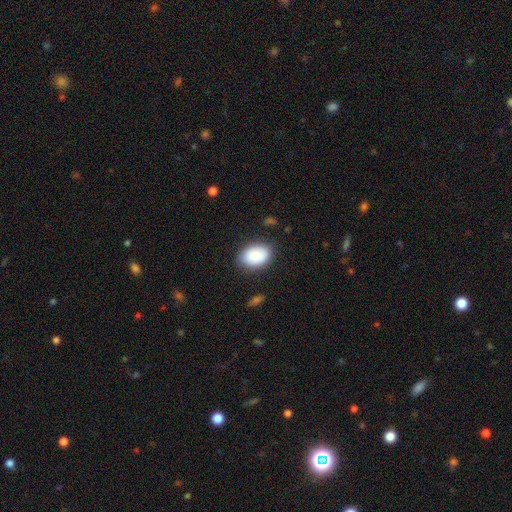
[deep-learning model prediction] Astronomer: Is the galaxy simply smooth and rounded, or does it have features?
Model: smooth — 89%.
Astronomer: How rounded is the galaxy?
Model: in between — 84%.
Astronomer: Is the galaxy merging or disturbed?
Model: none — 81%.